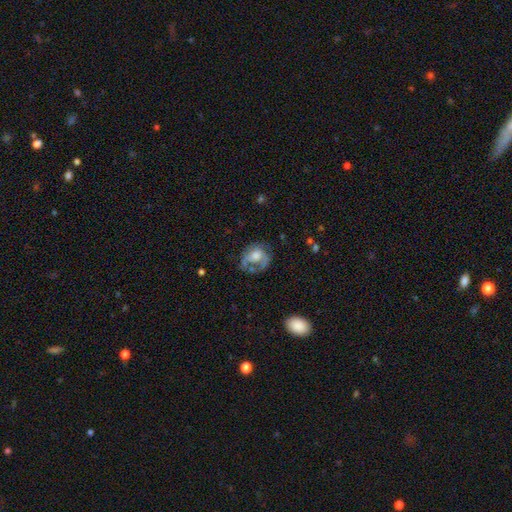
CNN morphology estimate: featured or disk 60%, smooth 32%, star or artifact 8%. Down the decision tree: edge-on disk — no (97%); bar — no (71%); spiral arms — yes (63%); bulge size — moderate (47%); merging — none (46%).